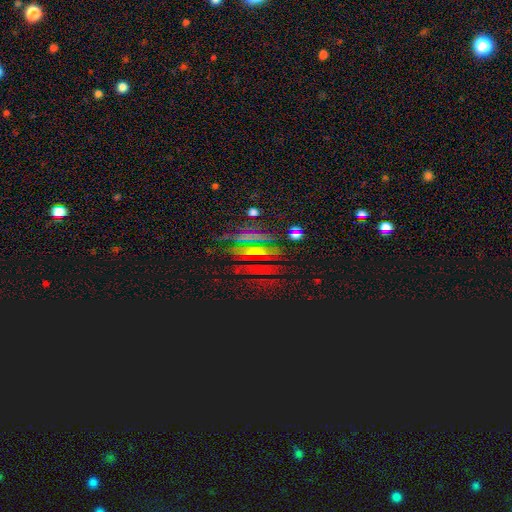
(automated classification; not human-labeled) smooth-or-featured: star or artifact: 58% | smooth: 21% | featured or disk: 21%